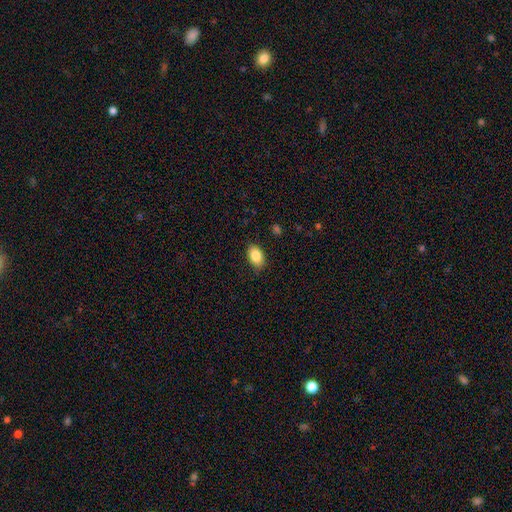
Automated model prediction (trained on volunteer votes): The model was most divided on "merging": none: 83%, minor disturbance: 13%, major disturbance: 3%, merger: 1%. More confident: how rounded — in between (88%); smooth or featured — smooth (86%).